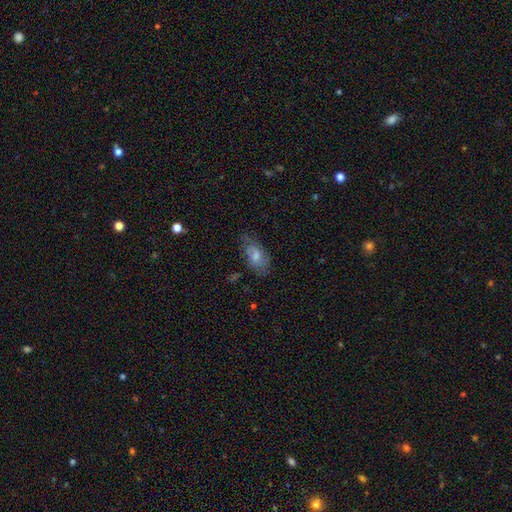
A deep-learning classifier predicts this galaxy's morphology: Smooth or featured? Predicted: smooth (p=0.50). How rounded? Predicted: in between (p=0.89). Merging? Predicted: none (p=0.60).